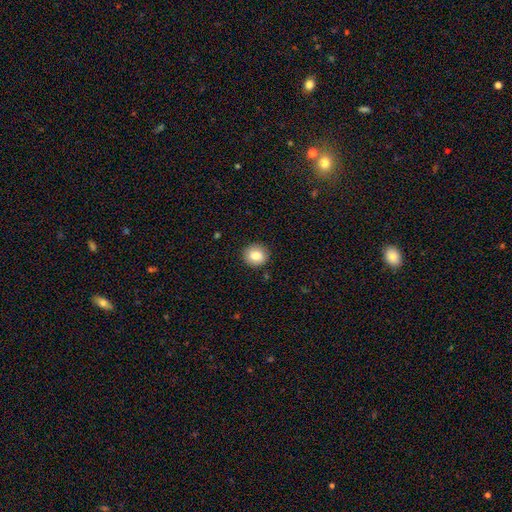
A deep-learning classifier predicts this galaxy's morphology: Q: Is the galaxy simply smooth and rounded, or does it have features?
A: smooth — 84%.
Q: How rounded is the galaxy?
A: round — 86%.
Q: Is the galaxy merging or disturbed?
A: none — 89%.